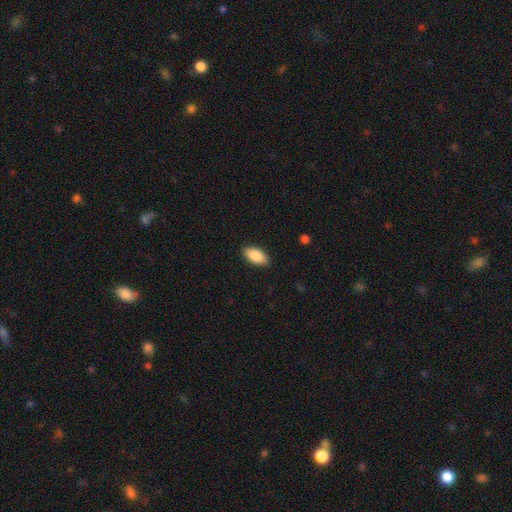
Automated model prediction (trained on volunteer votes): Smooth or featured? Predicted: smooth (p=0.86). How rounded? Predicted: in between (p=0.93). Merging? Predicted: none (p=0.89).